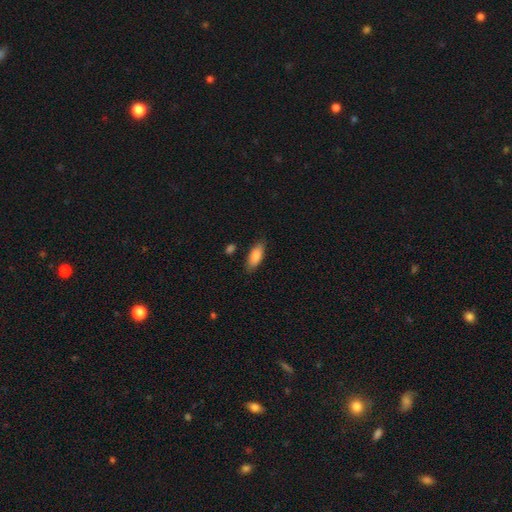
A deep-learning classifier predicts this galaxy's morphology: The model was most divided on "how rounded": in between: 78%, cigar-shaped: 20%, round: 2%. More confident: smooth or featured — smooth (85%); merging — none (84%).